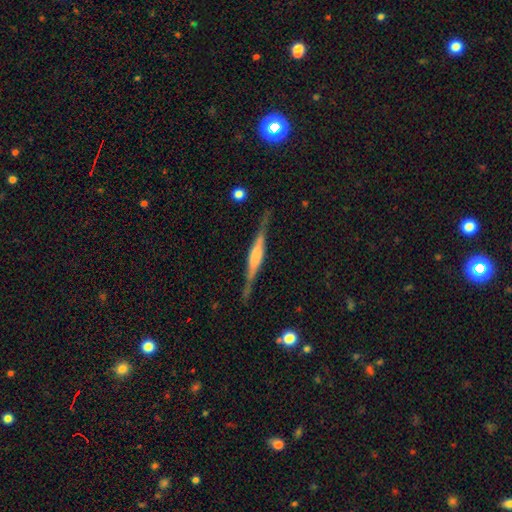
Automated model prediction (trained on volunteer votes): Morphology: type=featured or disk (77%); edge-on=yes (97%); edge-on bulge=boxy (48%); merging=none (84%).